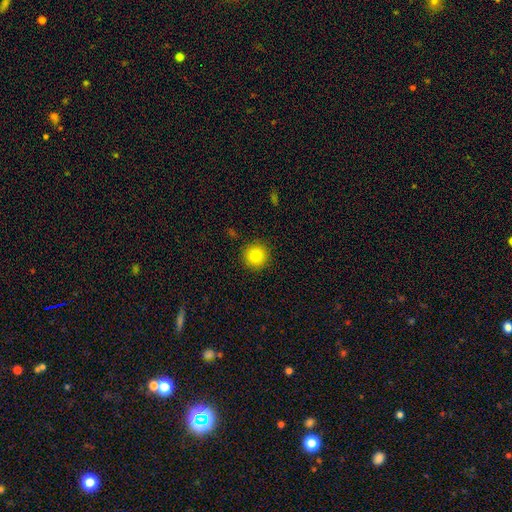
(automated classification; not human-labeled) This appears to be a smooth galaxy with no disk features (83%) that is round (95%). Merging: none (91%).